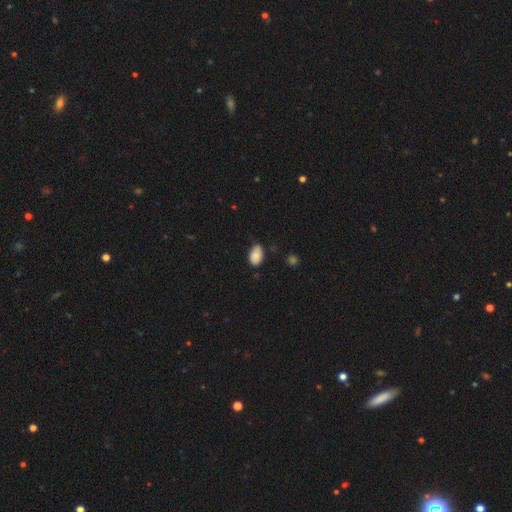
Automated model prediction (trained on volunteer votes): A smooth galaxy with no disk features (85%) that is in between round and cigar-shaped (89%).

Vote fractions:
- Smooth or featured? smooth: 85% / star or artifact: 8% / featured or disk: 7%
- How rounded? in between: 89% / round: 10% / cigar-shaped: 1%
- Merging? none: 68% / minor disturbance: 27% / major disturbance: 4% / merger: 2%